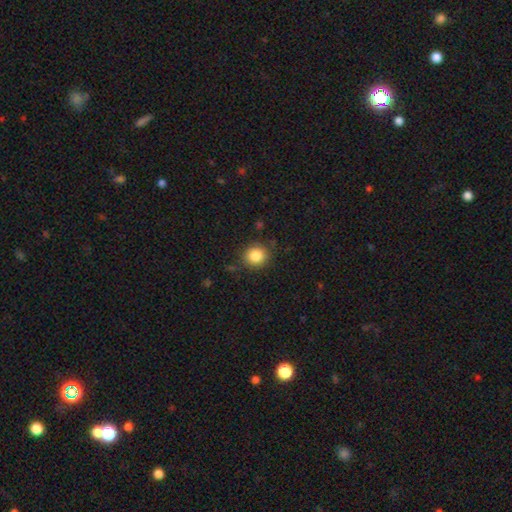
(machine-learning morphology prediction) smooth_or_featured: smooth (p=0.84) [alt: star or artifact p=0.10]
how_rounded: round (p=0.89) [alt: in between p=0.10]
merging: none (p=0.85) [alt: minor disturbance p=0.10]